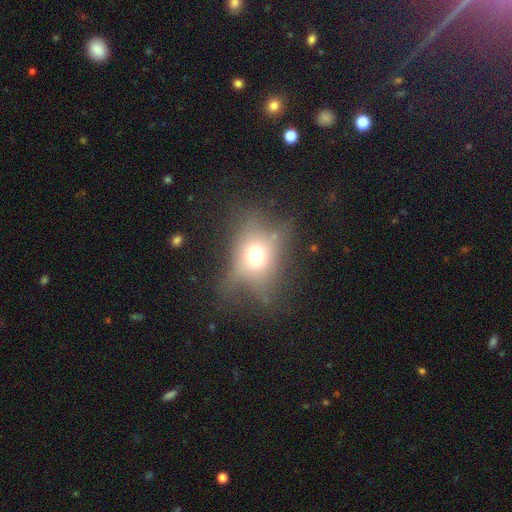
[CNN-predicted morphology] Overall: smooth (55%; featured or disk 28%). How rounded: in between (49%; round 48%). Merging: none (46%; major disturbance 28%).